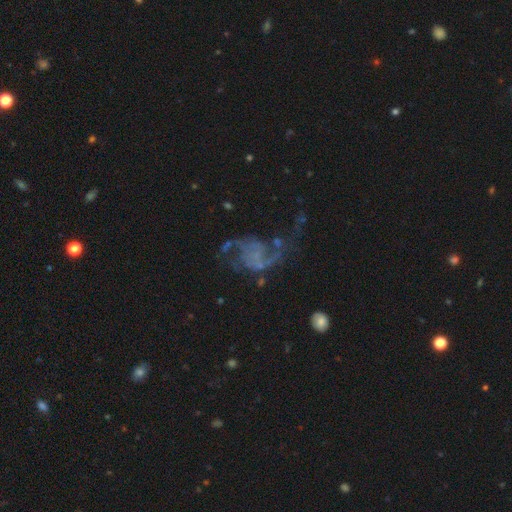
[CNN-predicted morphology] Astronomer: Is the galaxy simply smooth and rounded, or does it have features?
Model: featured or disk — 78%.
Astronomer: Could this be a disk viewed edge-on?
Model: no — 98%.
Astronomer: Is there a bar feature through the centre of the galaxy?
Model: no — 70%.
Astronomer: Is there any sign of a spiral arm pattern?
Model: yes — 85%.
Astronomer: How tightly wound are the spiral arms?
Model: loose — 67%.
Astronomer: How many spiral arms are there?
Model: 2 — 76%.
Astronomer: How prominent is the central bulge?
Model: none — 71%.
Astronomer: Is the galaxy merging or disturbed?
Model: none — 42% (runner-up: major disturbance, 35%).